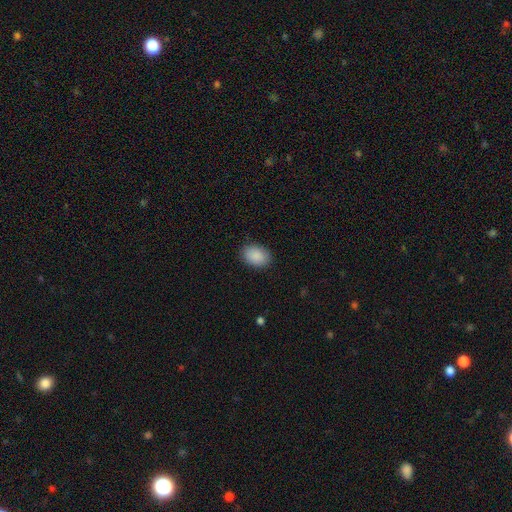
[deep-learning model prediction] smooth 90%, star or artifact 7%, featured or disk 3%. Down the decision tree: how rounded — in between (80%); merging — none (87%).